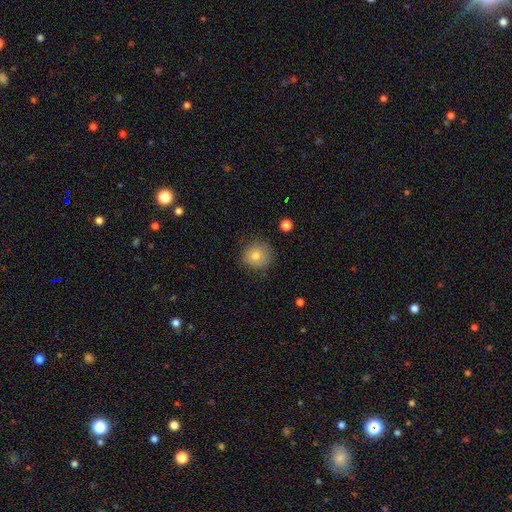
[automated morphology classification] This appears to be a smooth galaxy with no disk features (79%) that is round (91%). Merging: none (84%).